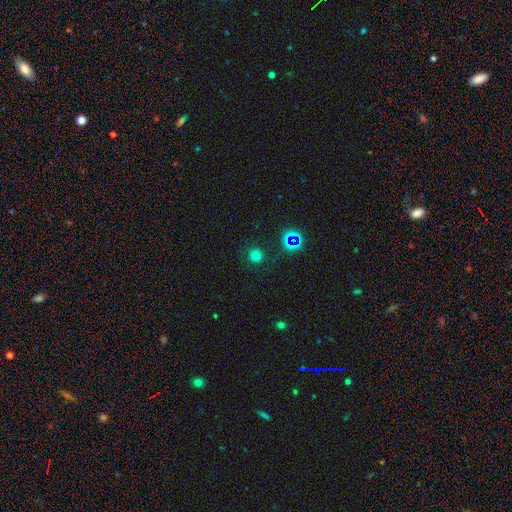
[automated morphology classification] The model was most divided on "smooth or featured": smooth: 70%, star or artifact: 24%, featured or disk: 6%. More confident: how rounded — round (93%); merging — none (85%).